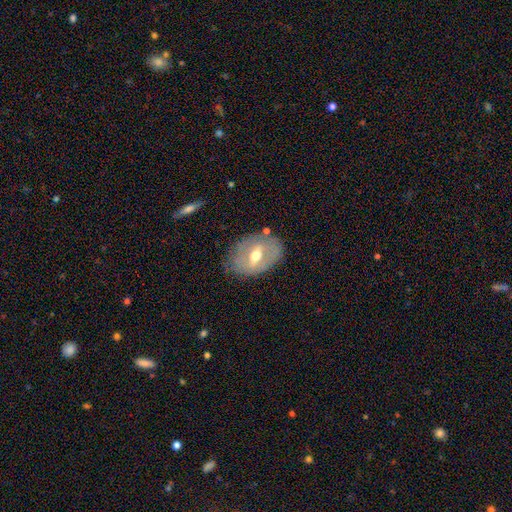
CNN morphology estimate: This appears to be a featured or disk galaxy (60%) with a weak bar (43%), no spiral arms (67%) and a moderate central bulge (74%). Merging: none (73%).